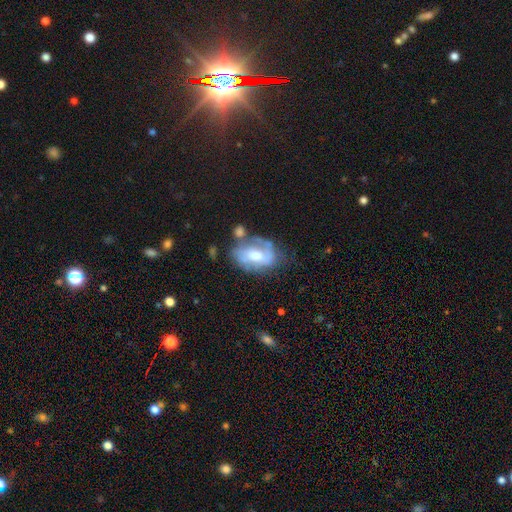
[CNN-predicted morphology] Smooth or featured? Predicted: featured or disk (p=0.67). Edge-on disk? Predicted: no (p=0.96). Bar? Predicted: weak (p=0.44). Spiral arms? Predicted: yes (p=0.73). Bulge size? Predicted: moderate (p=0.63). Merging? Predicted: none (p=0.46).